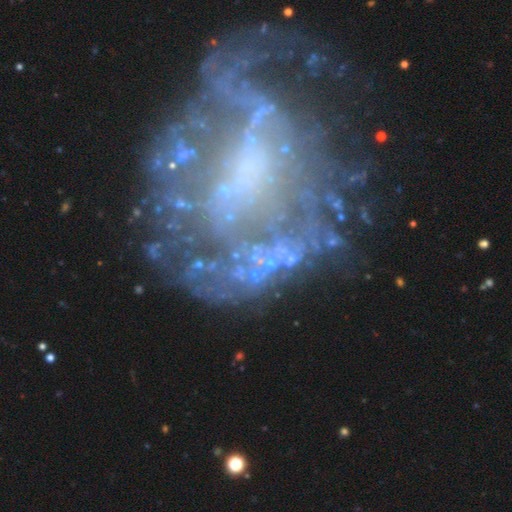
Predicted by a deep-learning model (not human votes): Smooth or featured? Predicted: featured or disk (p=0.65). Edge-on disk? Predicted: no (p=0.96). Bar? Predicted: no (p=0.76). Spiral arms? Predicted: no (p=0.62). Bulge size? Predicted: none (p=0.65). Merging? Predicted: none (p=0.49).